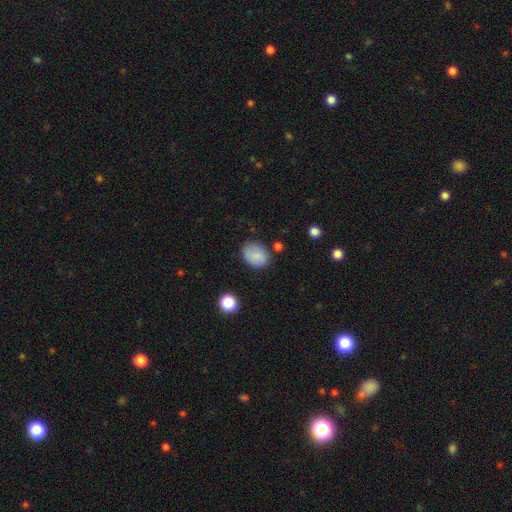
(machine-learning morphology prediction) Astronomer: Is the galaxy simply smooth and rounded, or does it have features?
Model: smooth — 82%.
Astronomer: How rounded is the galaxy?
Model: in between — 56% (runner-up: round, 43%).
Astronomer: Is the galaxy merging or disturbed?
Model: none — 73%.